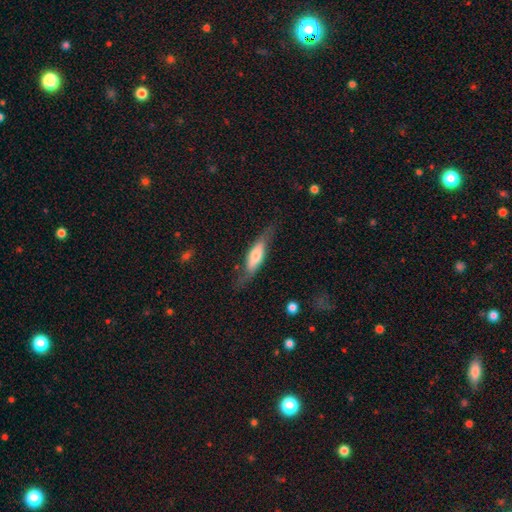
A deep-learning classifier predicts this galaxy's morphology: smooth-or-featured: smooth: 52% | featured or disk: 42% | star or artifact: 6%
  how-rounded: cigar-shaped: 59% | in between: 38% | round: 2%
  merging: none: 70% | minor disturbance: 20% | major disturbance: 8% | merger: 2%